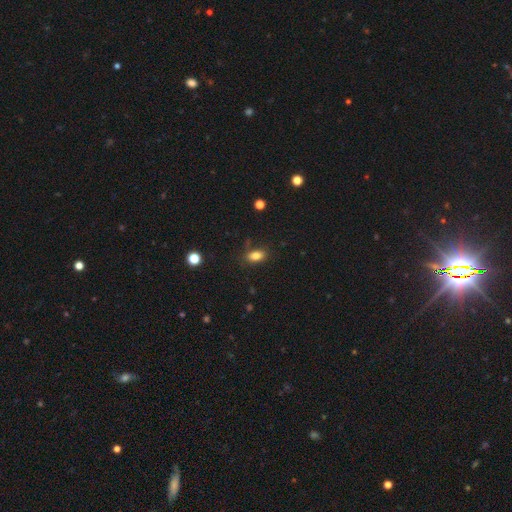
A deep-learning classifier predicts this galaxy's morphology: smooth-or-featured: smooth: 82% | star or artifact: 10% | featured or disk: 8%
  how-rounded: in between: 86% | round: 9% | cigar-shaped: 5%
  merging: none: 81% | minor disturbance: 13% | major disturbance: 4% | merger: 2%